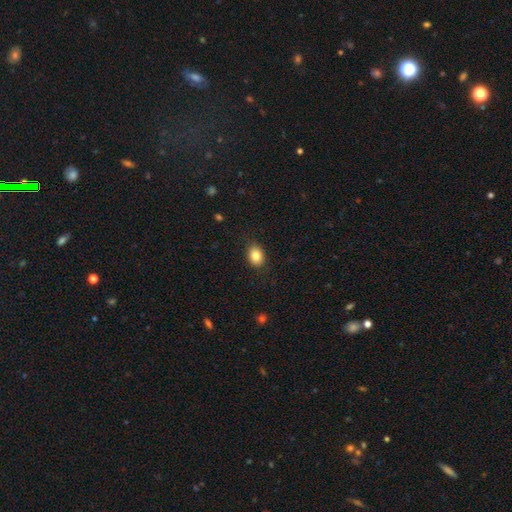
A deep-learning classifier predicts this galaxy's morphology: Smooth or featured: smooth — 86% (star or artifact — 8%)
How rounded: in between — 72% (round — 27%)
Merging: none — 85% (minor disturbance — 11%)